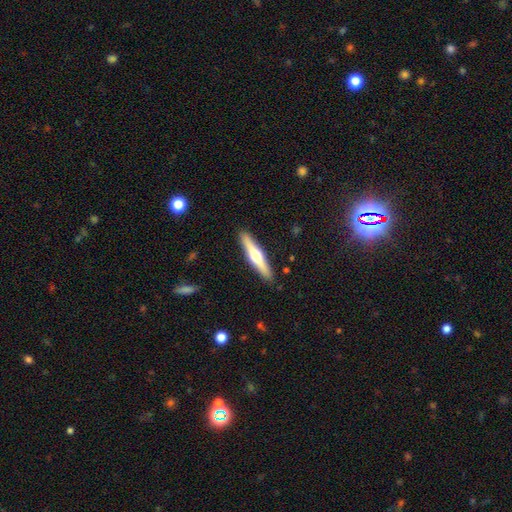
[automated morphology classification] smooth-or-featured: featured or disk: 55% | smooth: 40% | star or artifact: 5%
  disk-edge-on: yes: 96% | no: 4%
    edge-on-bulge: rounded: 92% | none: 4% | boxy: 3%
  merging: none: 91% | minor disturbance: 7% | major disturbance: 1% | merger: 1%